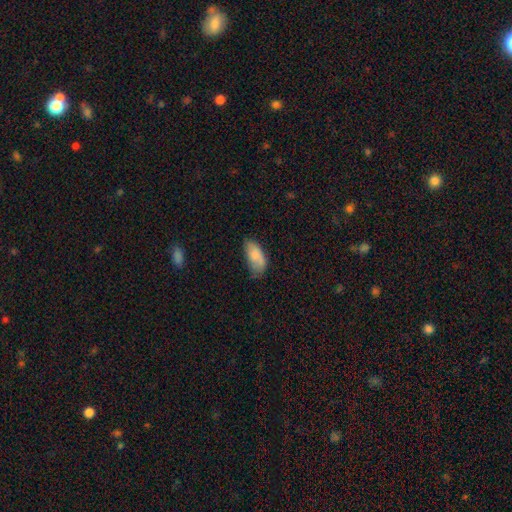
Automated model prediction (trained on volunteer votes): The model was most divided on "merging": none: 52%, minor disturbance: 34%, major disturbance: 11%, merger: 3%. More confident: how rounded — in between (91%); smooth or featured — smooth (80%).